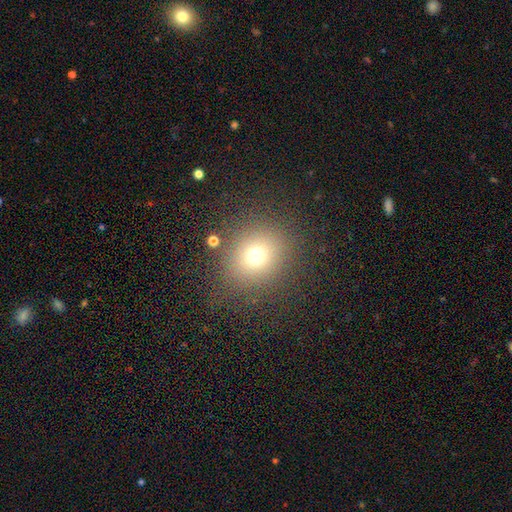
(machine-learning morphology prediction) Smooth or featured?
  - smooth: 70% *
  - star or artifact: 18%
  - featured or disk: 11%
How rounded?
  - round: 81% *
  - in between: 18%
  - cigar-shaped: 1%
Merging?
  - none: 81% *
  - minor disturbance: 10%
  - major disturbance: 6%
  - merger: 3%